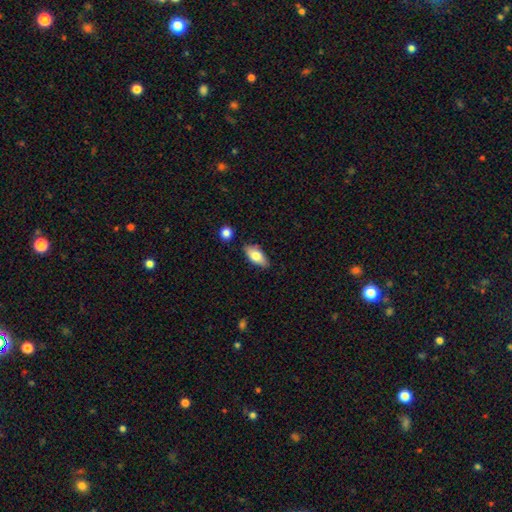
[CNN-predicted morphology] The model was most divided on "smooth or featured": smooth: 78%, featured or disk: 16%, star or artifact: 7%. More confident: how rounded — in between (88%); merging — none (80%).